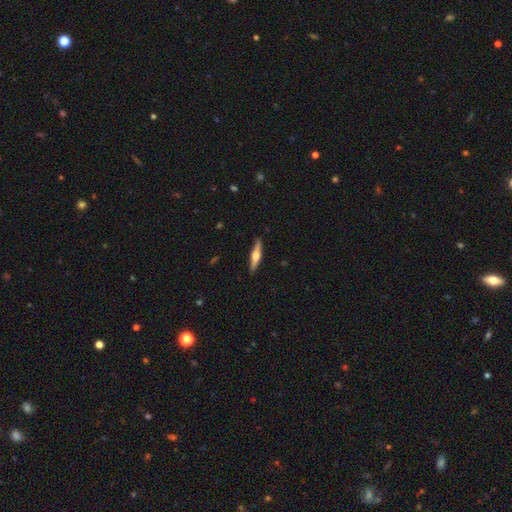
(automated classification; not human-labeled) Smooth or featured? Predicted: featured or disk (p=0.64). Edge-on disk? Predicted: yes (p=0.97). Edge-on bulge? Predicted: rounded (p=0.91). Merging? Predicted: none (p=0.88).